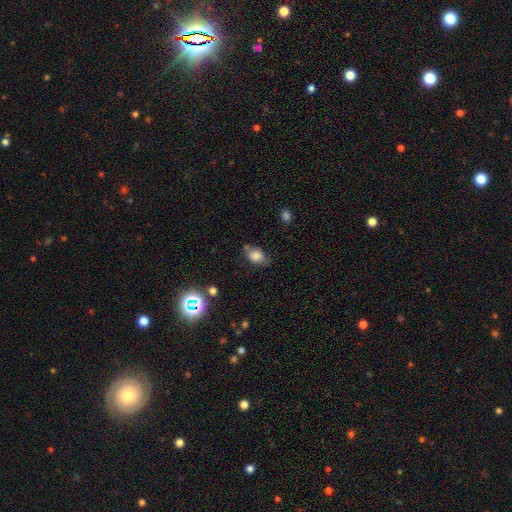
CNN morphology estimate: The model was most divided on "merging": none: 63%, minor disturbance: 26%, major disturbance: 7%, merger: 5%. More confident: how rounded — in between (78%); smooth or featured — smooth (77%).